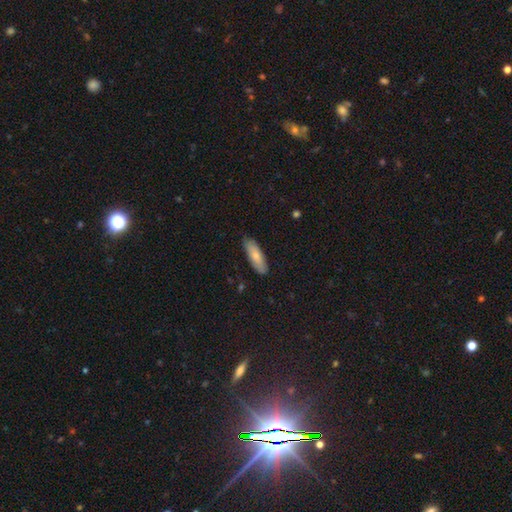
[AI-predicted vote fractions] This is likely a smooth galaxy (75%). How rounded: possibly in between (57%). Merging: clearly none (84%).